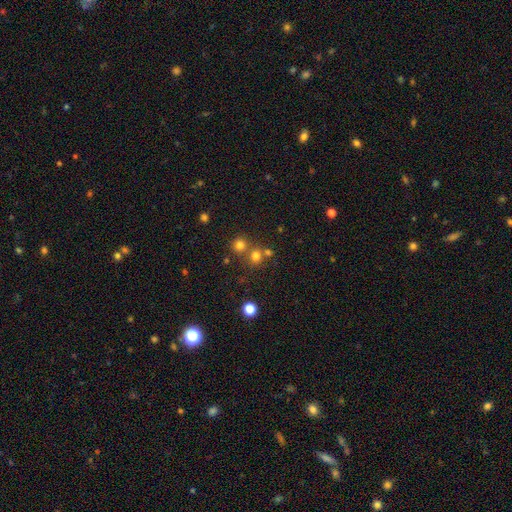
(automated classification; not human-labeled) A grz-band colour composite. It shows a smooth galaxy with no disk features (72%) that is round (89%). Merging: none (63%).